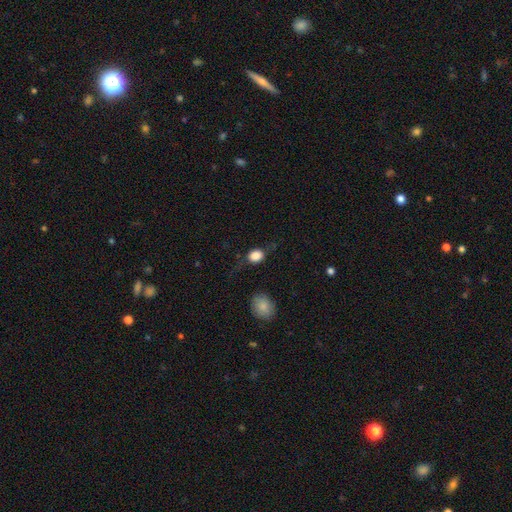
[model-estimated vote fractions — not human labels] Overall: smooth (85%). How rounded: in between (51%; round 47%). Merging: none (67%).